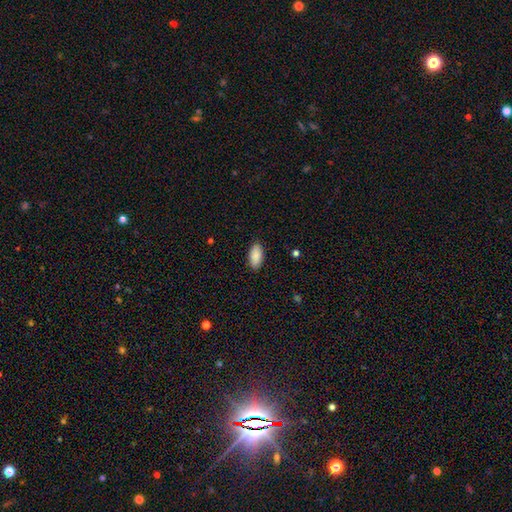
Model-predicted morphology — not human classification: Smooth or featured? Predicted: smooth (p=0.89). How rounded? Predicted: in between (p=0.93). Merging? Predicted: none (p=0.88).